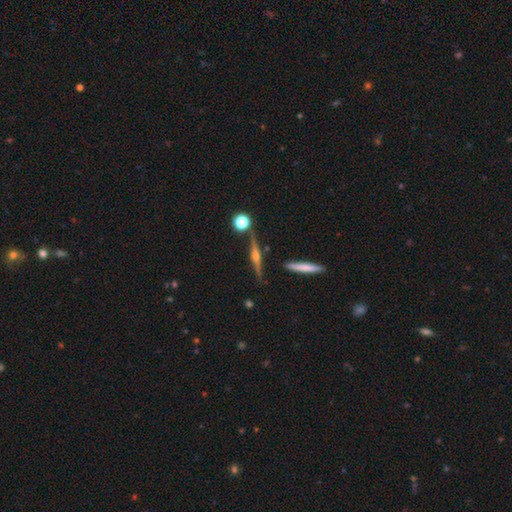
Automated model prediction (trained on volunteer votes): smooth_or_featured: featured or disk (p=0.79) [alt: smooth p=0.14]
disk_edge_on: yes (p=0.97) [alt: no p=0.03]
edge_on_bulge: rounded (p=0.90) [alt: boxy p=0.05]
merging: none (p=0.84) [alt: minor disturbance p=0.10]